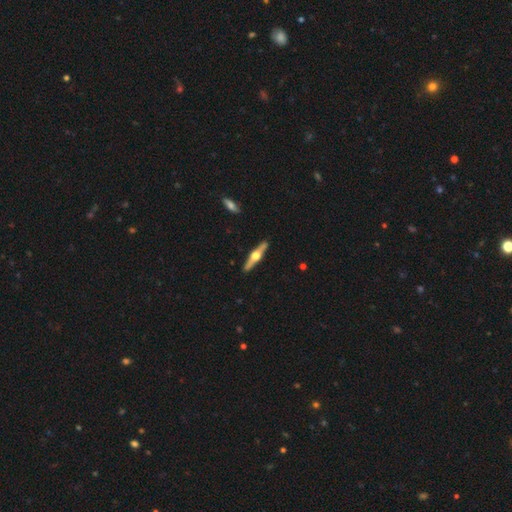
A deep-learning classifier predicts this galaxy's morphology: Smooth or featured: featured or disk — 75% (smooth — 21%)
Edge-on disk: yes — 97% (no — 3%)
Edge-on bulge: rounded — 96% (boxy — 2%)
Merging: none — 91% (minor disturbance — 6%)